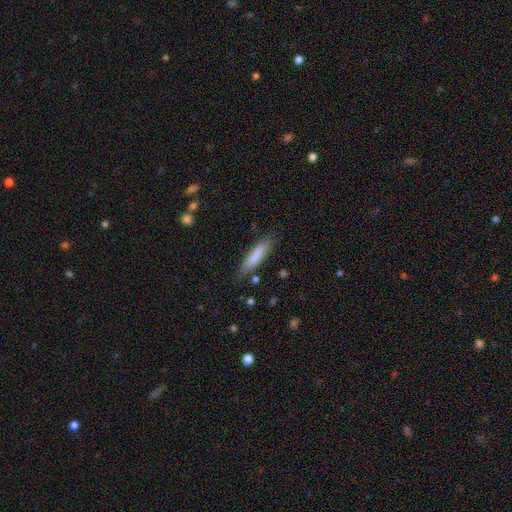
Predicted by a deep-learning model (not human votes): This is clearly a smooth galaxy (82%). How rounded: likely cigar-shaped (78%). Merging: clearly none (82%).